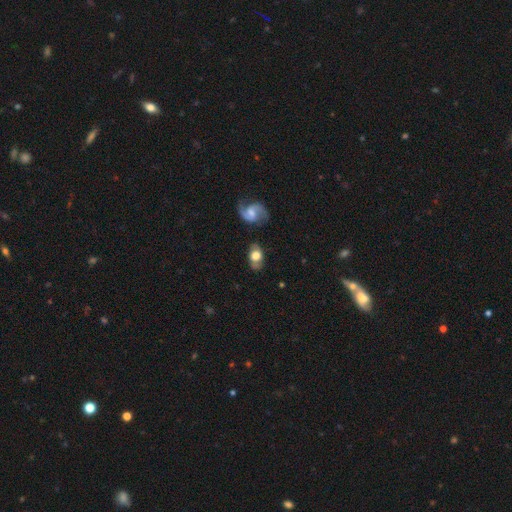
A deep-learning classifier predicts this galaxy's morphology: This is possibly a smooth galaxy (50%). Merging: likely none (69%).